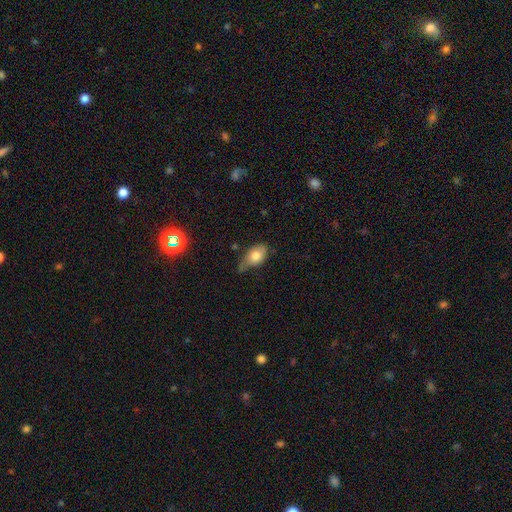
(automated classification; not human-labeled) Smooth or featured? smooth (75%)
How rounded? in between (85%)
Merging? minor disturbance (42%)